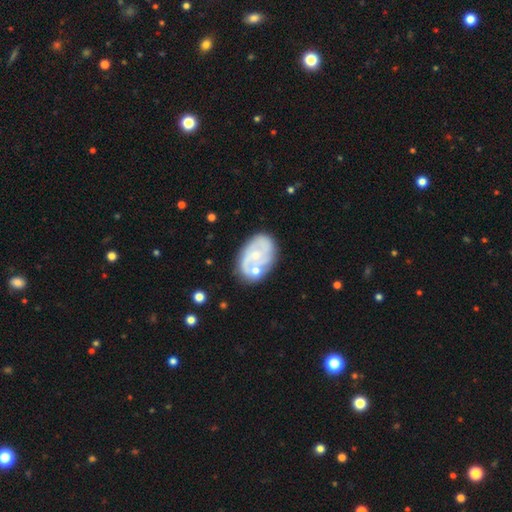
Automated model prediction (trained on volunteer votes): A featured or disk galaxy (69%) with no bar (71%), 2 (42%) medium (41%) spiral arms (75%) and a small central bulge (57%). Merging: none (60%).